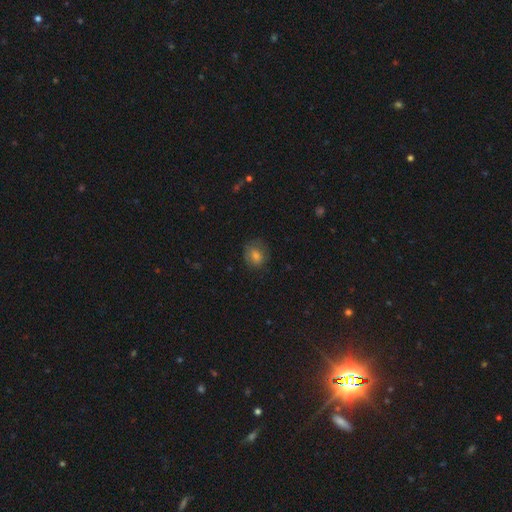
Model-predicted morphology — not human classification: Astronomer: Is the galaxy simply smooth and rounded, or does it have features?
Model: smooth — 72%.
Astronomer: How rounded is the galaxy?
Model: round — 65%.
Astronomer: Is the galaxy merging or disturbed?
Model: none — 77%.